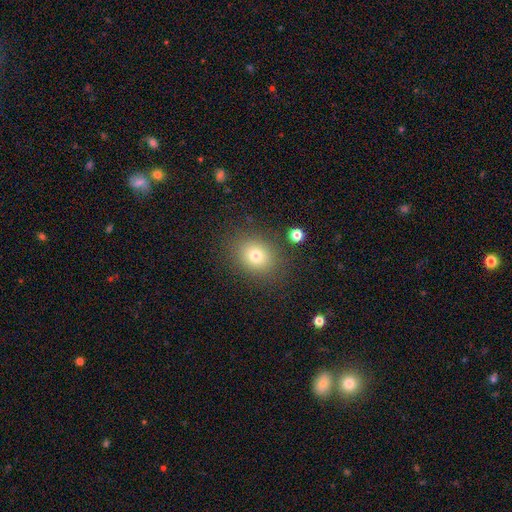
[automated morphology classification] type=smooth (76%); roundness=round (60%); merging=none (84%).